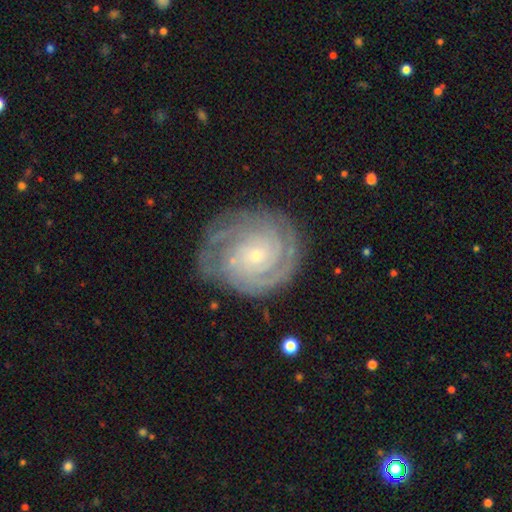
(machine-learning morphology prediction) This appears to be a featured or disk galaxy (87%) with no bar (78%), 3 (23%, tied with can't tell) tight (83%) spiral arms (98%) and a small central bulge (81%). Merging: none (78%).